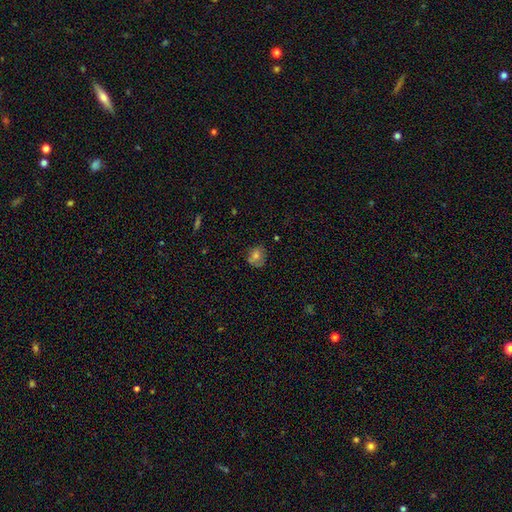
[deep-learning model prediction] smooth 60%, featured or disk 25%, star or artifact 15%. Down the decision tree: how rounded — round (68%); merging — none (62%).